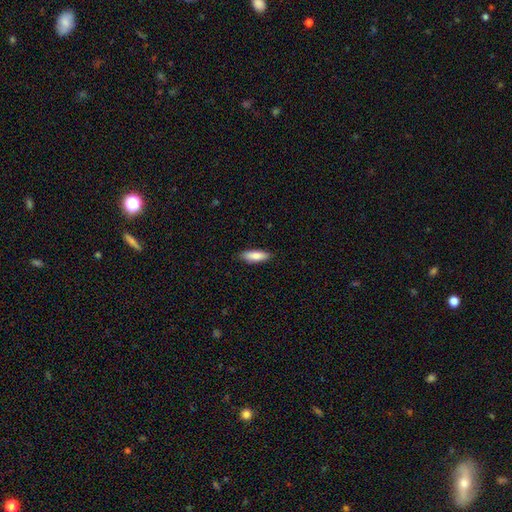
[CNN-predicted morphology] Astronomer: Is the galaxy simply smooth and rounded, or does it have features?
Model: smooth — 83%.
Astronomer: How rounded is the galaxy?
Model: in between — 60% (runner-up: cigar-shaped, 38%).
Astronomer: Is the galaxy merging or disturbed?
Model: none — 88%.